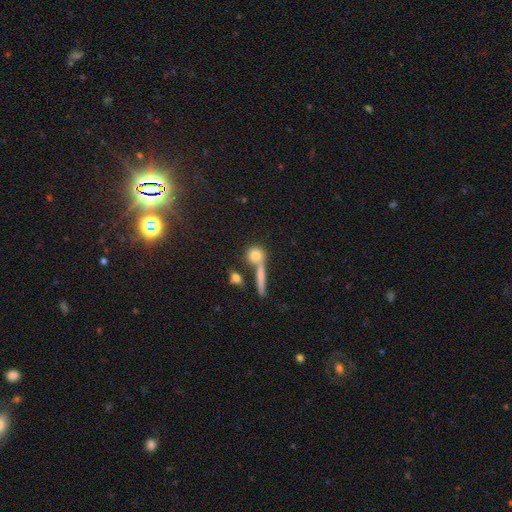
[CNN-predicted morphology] A smooth galaxy with no disk features (74%) that is round (72%).

Vote fractions:
- Smooth or featured? smooth: 74% / featured or disk: 15% / star or artifact: 11%
- How rounded? round: 72% / in between: 14% / cigar-shaped: 13%
- Merging? none: 58% / merger: 25% / minor disturbance: 10% / major disturbance: 6%